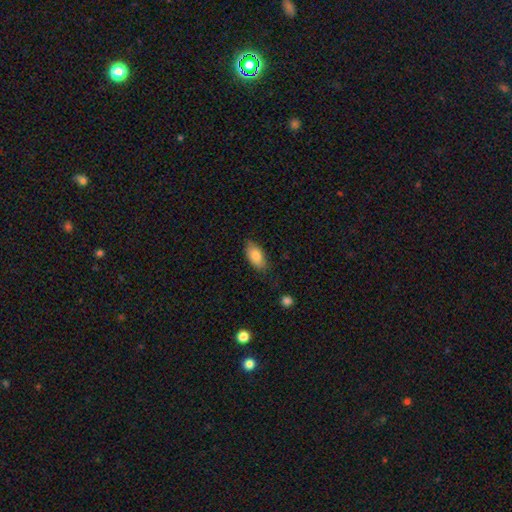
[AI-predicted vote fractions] Morphology: type=smooth (83%); roundness=in between (91%); merging=none (79%).